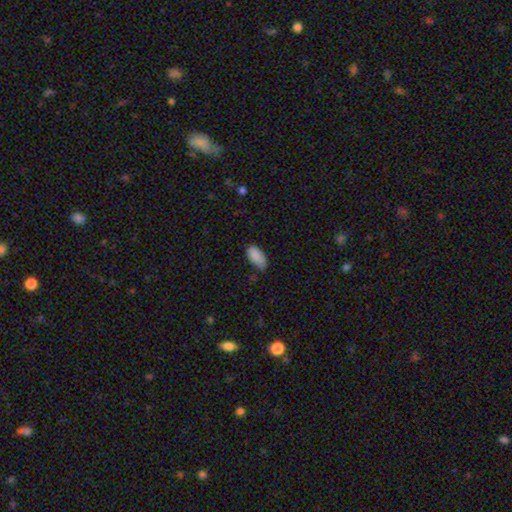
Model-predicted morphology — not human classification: Smooth or featured: smooth — 87% (star or artifact — 8%)
How rounded: in between — 93% (cigar-shaped — 5%)
Merging: none — 59% (minor disturbance — 33%)